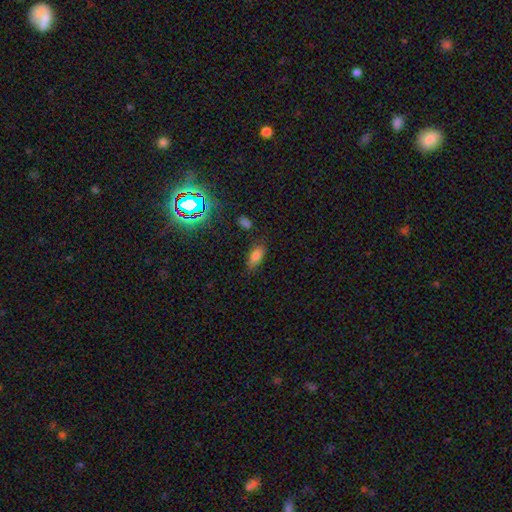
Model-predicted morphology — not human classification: Q: Smooth or featured?
A: smooth (76%); runner-up: star or artifact (15%)
Q: How rounded?
A: in between (87%); runner-up: cigar-shaped (8%)
Q: Merging?
A: none (77%); runner-up: minor disturbance (16%)